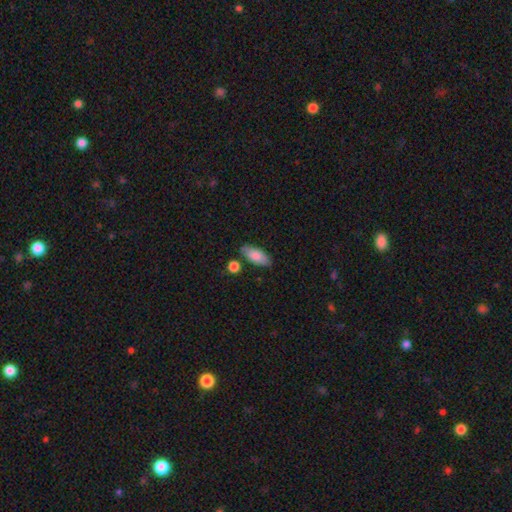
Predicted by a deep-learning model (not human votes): This appears to be a smooth galaxy with no disk features (80%) that is in between round and cigar-shaped (85%). Merging: none (75%).